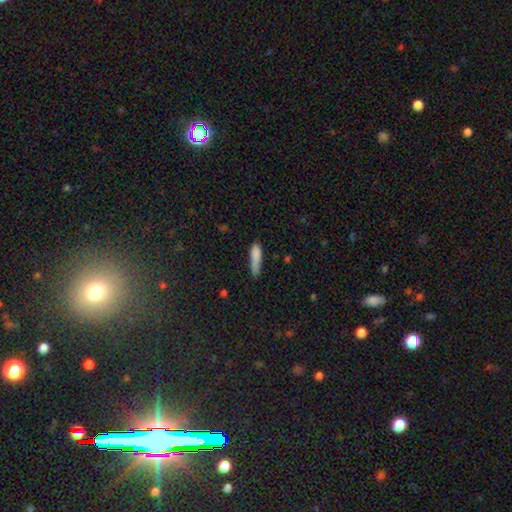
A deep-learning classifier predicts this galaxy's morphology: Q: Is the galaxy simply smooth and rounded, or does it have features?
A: smooth — 83%.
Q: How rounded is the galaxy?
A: cigar-shaped — 71%.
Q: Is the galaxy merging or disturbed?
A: none — 52%.